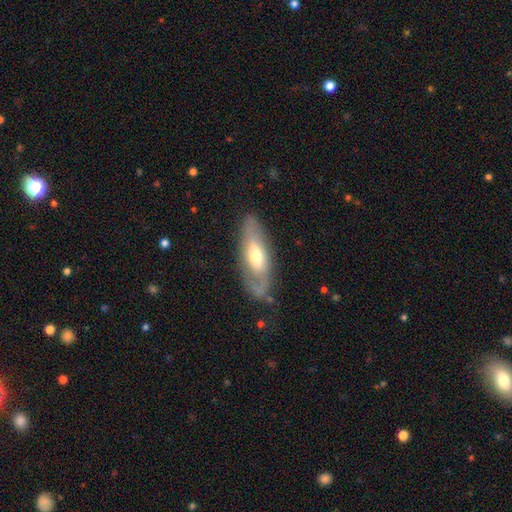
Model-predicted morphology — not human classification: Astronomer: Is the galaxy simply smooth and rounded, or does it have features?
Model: featured or disk — 53% (runner-up: smooth, 41%).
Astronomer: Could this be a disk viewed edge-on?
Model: no — 73%.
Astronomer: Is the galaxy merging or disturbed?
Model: none — 73%.